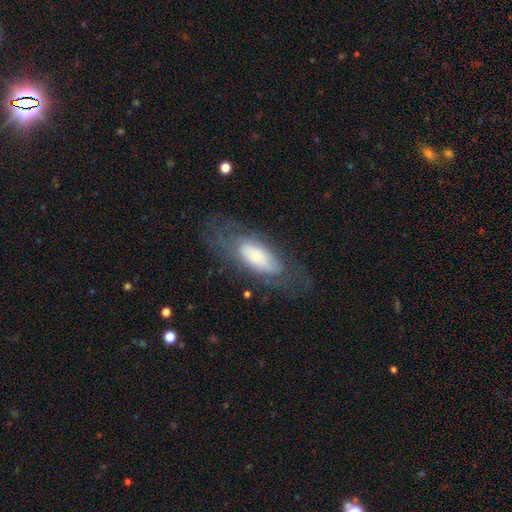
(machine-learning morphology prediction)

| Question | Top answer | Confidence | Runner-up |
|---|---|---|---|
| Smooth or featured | smooth | 46% | tied: featured or disk (46%) |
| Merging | none | 64% | minor disturbance (20%) |